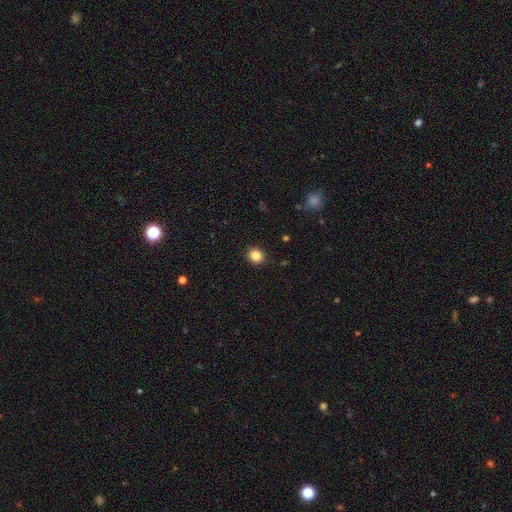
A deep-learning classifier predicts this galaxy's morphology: smooth_or_featured: smooth (p=0.85) [alt: star or artifact p=0.11]
how_rounded: round (p=0.78) [alt: in between p=0.21]
merging: none (p=0.92) [alt: minor disturbance p=0.06]